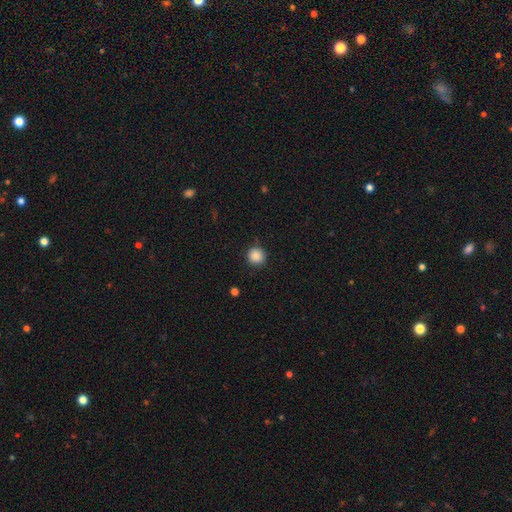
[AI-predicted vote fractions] Smooth or featured? Predicted: smooth (p=0.87). How rounded? Predicted: round (p=0.94). Merging? Predicted: none (p=0.88).